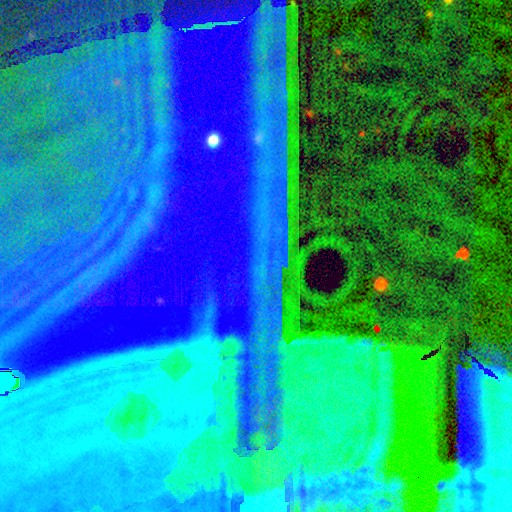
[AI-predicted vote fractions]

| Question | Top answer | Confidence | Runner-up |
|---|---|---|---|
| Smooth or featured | star or artifact | 85% | featured or disk (9%) |